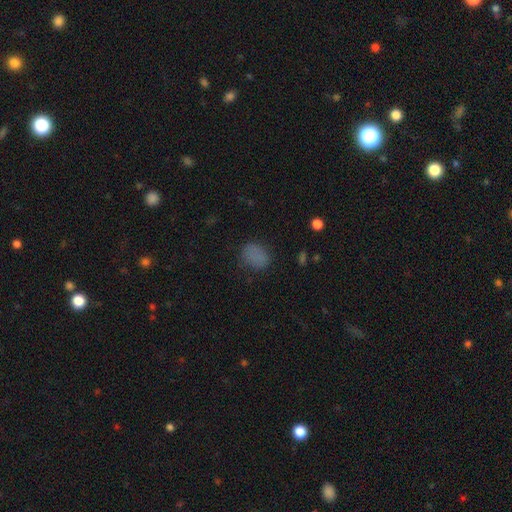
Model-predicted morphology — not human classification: Smooth or featured?
  - smooth: 78% *
  - star or artifact: 15%
  - featured or disk: 7%
How rounded?
  - in between: 58% *
  - round: 40%
  - cigar-shaped: 1%
Merging?
  - none: 74% *
  - minor disturbance: 18%
  - major disturbance: 6%
  - merger: 2%